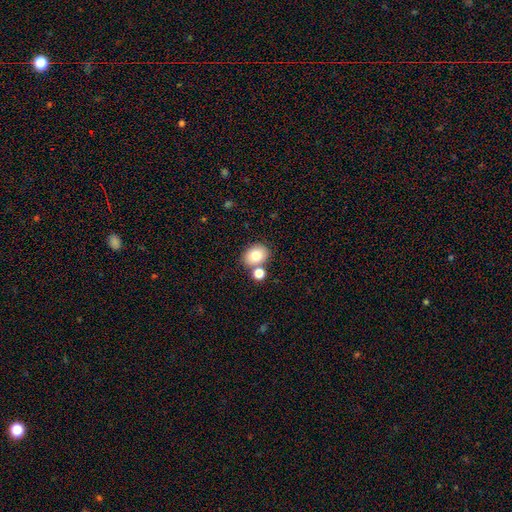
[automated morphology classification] Q: Smooth or featured?
A: smooth (80%); runner-up: star or artifact (10%)
Q: How rounded?
A: in between (52%); runner-up: round (47%)
Q: Merging?
A: none (67%); runner-up: merger (20%)